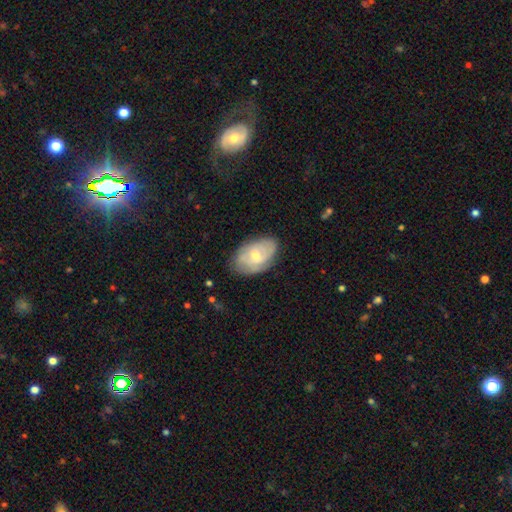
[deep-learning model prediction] The model was most divided on "smooth or featured": featured or disk: 47%, smooth: 46%, star or artifact: 7%. More confident: merging — none (70%).